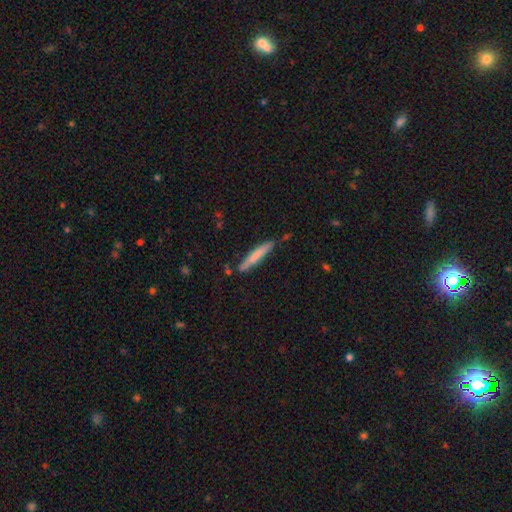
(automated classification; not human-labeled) Smooth or featured?
  - smooth: 69% *
  - featured or disk: 25%
  - star or artifact: 5%
How rounded?
  - cigar-shaped: 94% *
  - in between: 4%
  - round: 1%
Merging?
  - none: 80% *
  - minor disturbance: 14%
  - merger: 3%
  - major disturbance: 2%